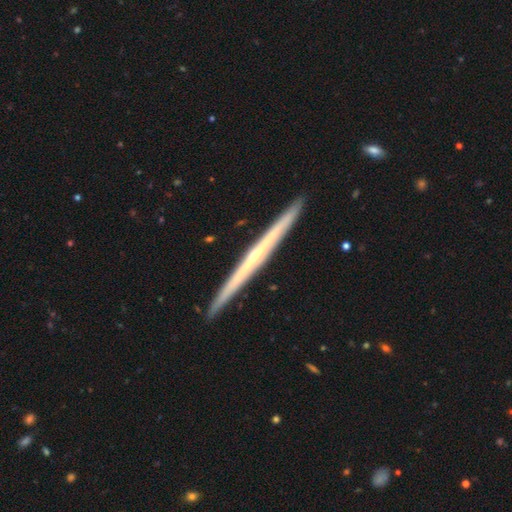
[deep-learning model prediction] smooth-or-featured: featured or disk: 76% | smooth: 19% | star or artifact: 5%
  disk-edge-on: yes: 98% | no: 2%
    edge-on-bulge: none: 54% | rounded: 42% | boxy: 4%
  merging: none: 93% | minor disturbance: 5% | merger: 1% | major disturbance: 1%